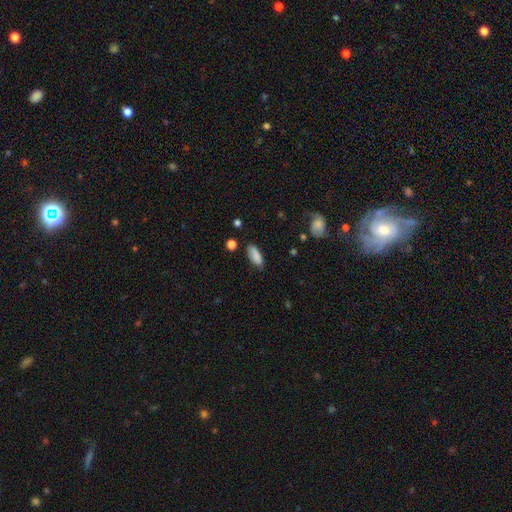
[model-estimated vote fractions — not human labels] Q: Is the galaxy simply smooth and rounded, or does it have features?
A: smooth — 85%.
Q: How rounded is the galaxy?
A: in between — 80%.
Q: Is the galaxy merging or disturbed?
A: none — 76%.